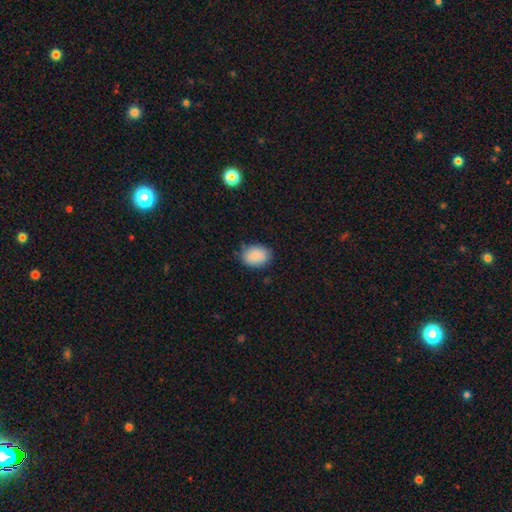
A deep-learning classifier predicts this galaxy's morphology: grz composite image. It shows a smooth galaxy with no disk features (88%) that is in between round and cigar-shaped (69%). Merging: none (80%).